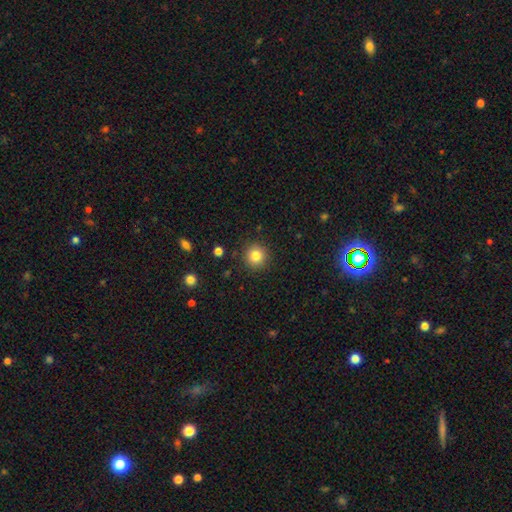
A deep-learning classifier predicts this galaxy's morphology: A smooth galaxy with no disk features (84%) that is round (94%).

Vote fractions:
- Smooth or featured? smooth: 84% / star or artifact: 11% / featured or disk: 6%
- How rounded? round: 94% / in between: 5% / cigar-shaped: 1%
- Merging? none: 91% / minor disturbance: 6% / major disturbance: 2% / merger: 1%